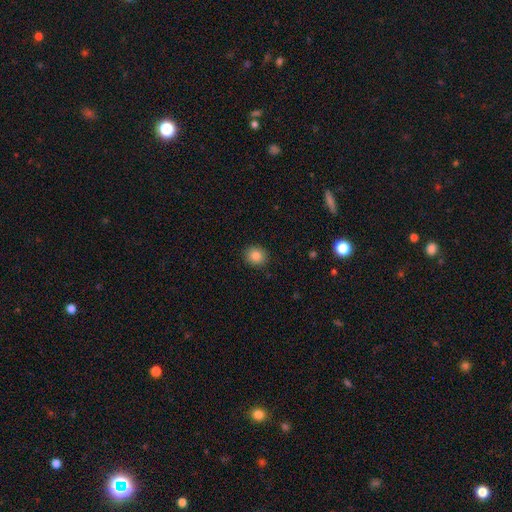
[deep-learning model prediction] Smooth or featured?
  - smooth: 85% *
  - star or artifact: 10%
  - featured or disk: 6%
How rounded?
  - round: 76% *
  - in between: 23%
  - cigar-shaped: 1%
Merging?
  - none: 90% *
  - minor disturbance: 7%
  - major disturbance: 2%
  - merger: 1%